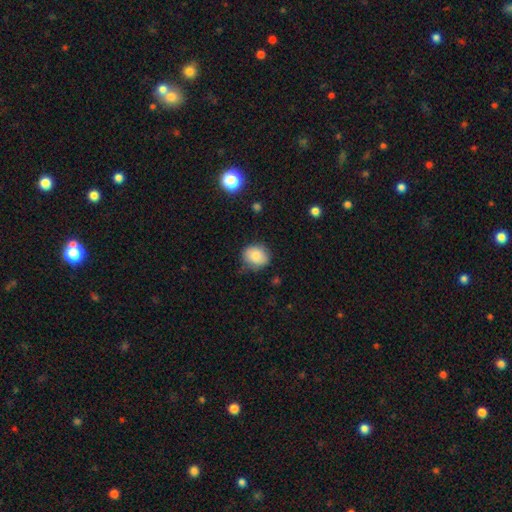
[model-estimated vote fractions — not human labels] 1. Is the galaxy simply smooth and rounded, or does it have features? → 82% smooth, 10% featured or disk, 9% star or artifact.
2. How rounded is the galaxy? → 64% round, 35% in between, 1% cigar-shaped.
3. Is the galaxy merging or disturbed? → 70% none, 23% minor disturbance, 5% major disturbance, 2% merger.